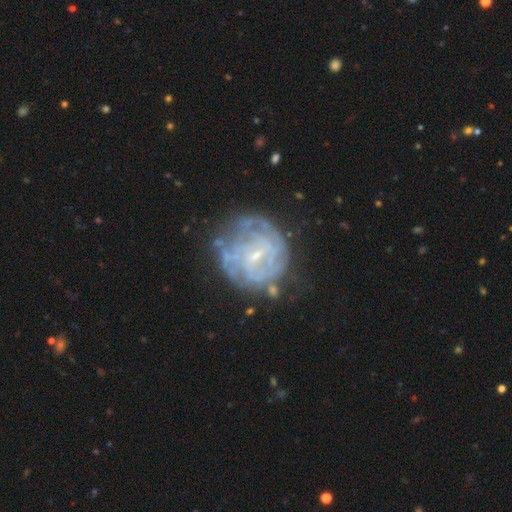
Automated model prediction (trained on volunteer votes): A featured or disk galaxy (79%) with a weak bar (52%), tight (67%) spiral arms (82%) and a small central bulge (76%). Merging: none (63%).